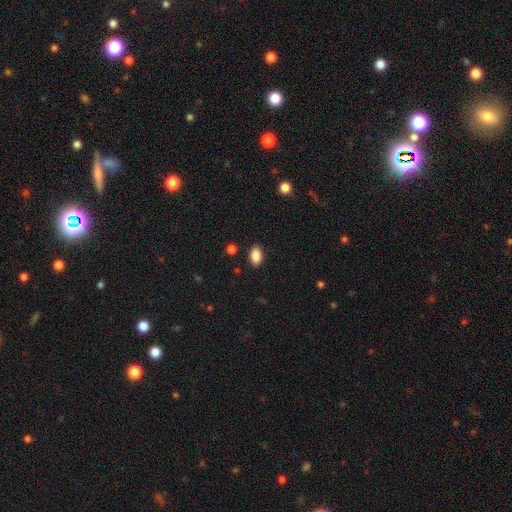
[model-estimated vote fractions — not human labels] Smooth or featured: smooth — 88% (star or artifact — 8%)
How rounded: in between — 90% (round — 8%)
Merging: none — 88% (minor disturbance — 9%)